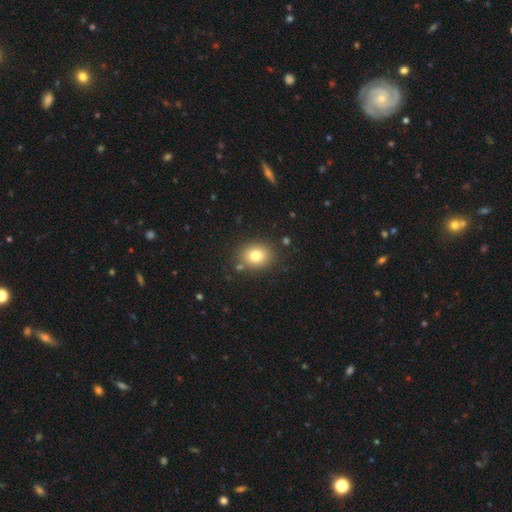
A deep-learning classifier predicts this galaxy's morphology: This is likely a smooth galaxy (79%). How rounded: likely round (62%). Merging: clearly none (83%).